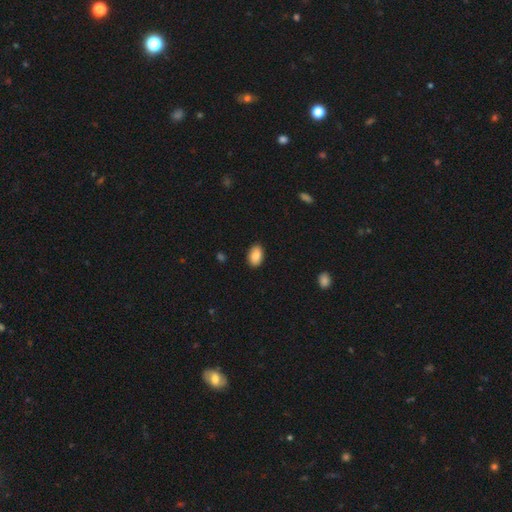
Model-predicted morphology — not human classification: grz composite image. It shows a smooth galaxy with no disk features (88%) that is in between round and cigar-shaped (90%). Merging: none (88%).